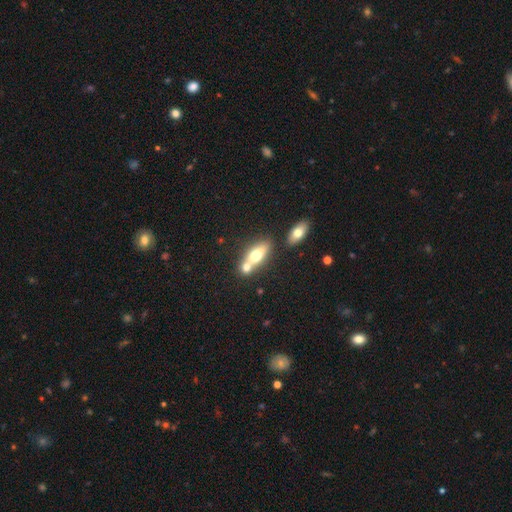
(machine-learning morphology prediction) Smooth or featured? smooth (64%)
How rounded? in between (72%)
Merging? merger (52%)